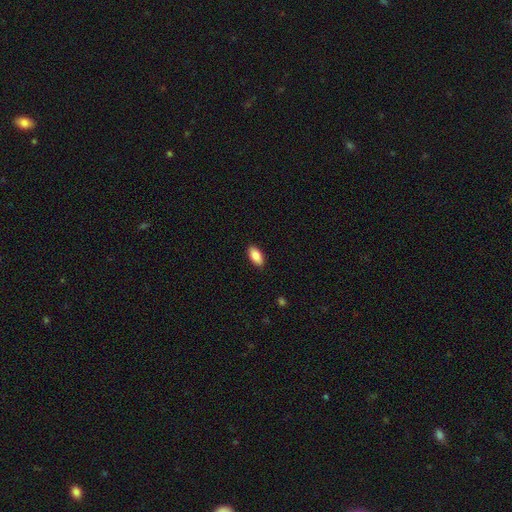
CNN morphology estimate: Smooth or featured?
  - smooth: 87% *
  - featured or disk: 6%
  - star or artifact: 6%
How rounded?
  - in between: 91% *
  - cigar-shaped: 7%
  - round: 2%
Merging?
  - none: 89% *
  - minor disturbance: 8%
  - major disturbance: 2%
  - merger: 1%